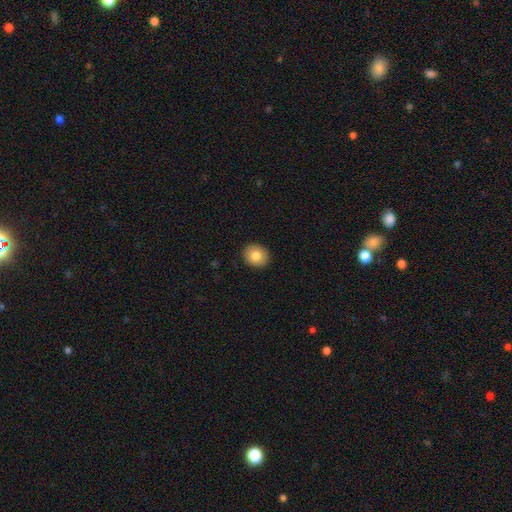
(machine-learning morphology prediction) Q: Smooth or featured?
A: smooth (82%); runner-up: featured or disk (9%)
Q: How rounded?
A: round (79%); runner-up: in between (20%)
Q: Merging?
A: none (92%); runner-up: minor disturbance (6%)